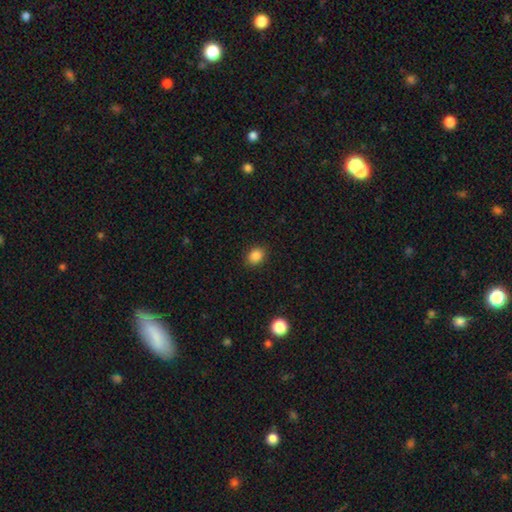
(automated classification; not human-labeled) smooth-or-featured: smooth: 86% | star or artifact: 10% | featured or disk: 3%
  how-rounded: round: 50% | in between: 49% | cigar-shaped: 1%
  merging: none: 89% | minor disturbance: 8% | major disturbance: 2% | merger: 1%